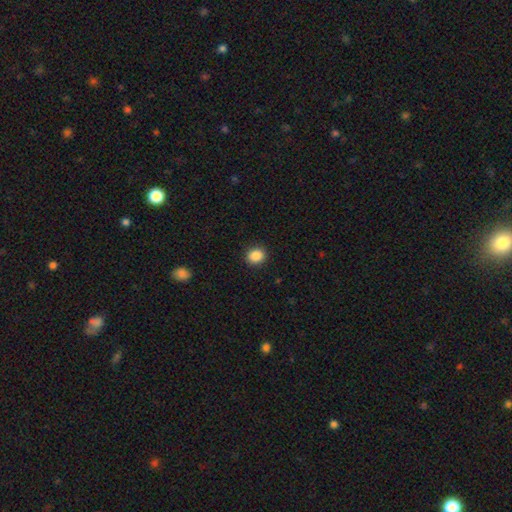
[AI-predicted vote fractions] Smooth or featured?
  - smooth: 88% *
  - star or artifact: 9%
  - featured or disk: 3%
How rounded?
  - round: 73% *
  - in between: 26%
  - cigar-shaped: 1%
Merging?
  - none: 91% *
  - minor disturbance: 6%
  - major disturbance: 2%
  - merger: 1%